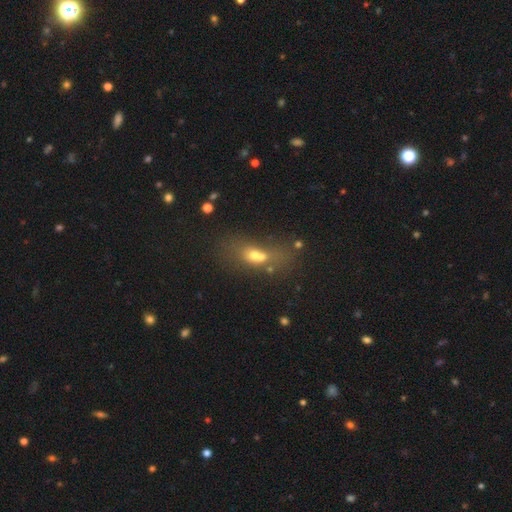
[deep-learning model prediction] smooth_or_featured: smooth (p=0.53) [alt: featured or disk p=0.25]
how_rounded: in between (p=0.62) [alt: round p=0.25]
merging: merger (p=0.50) [alt: none p=0.27]